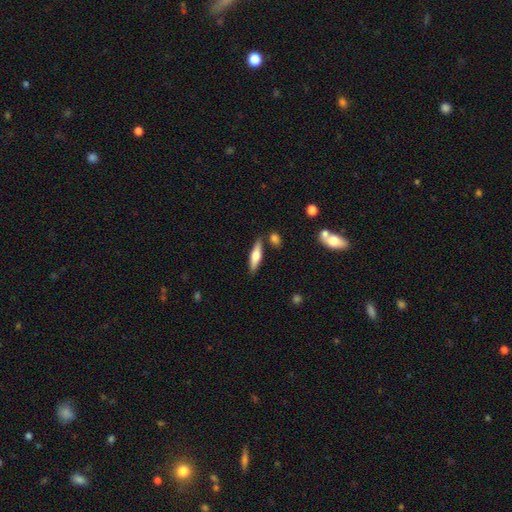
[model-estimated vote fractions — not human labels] Smooth or featured? Predicted: smooth (p=0.52). How rounded? Predicted: cigar-shaped (p=0.68). Merging? Predicted: none (p=0.81).